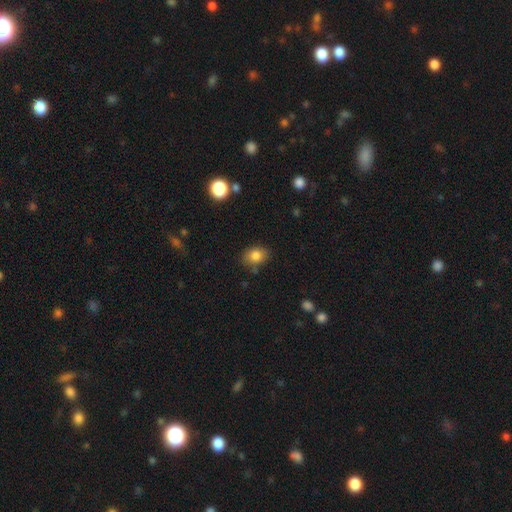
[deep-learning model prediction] Morphology: type=smooth (82%); roundness=in between (62%); merging=none (79%).